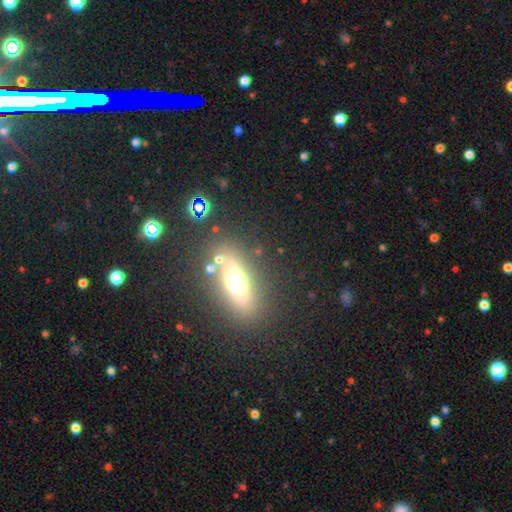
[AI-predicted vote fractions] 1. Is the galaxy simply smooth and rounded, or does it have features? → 41% smooth, 38% featured or disk, 21% star or artifact.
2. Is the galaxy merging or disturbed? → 76% none, 13% minor disturbance, 6% major disturbance, 6% merger.